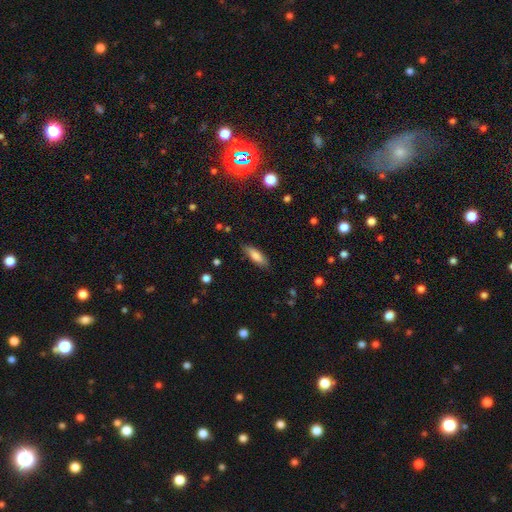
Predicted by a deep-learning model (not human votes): Overall: smooth (78%). How rounded: in between (53%; cigar-shaped 45%). Merging: none (84%).